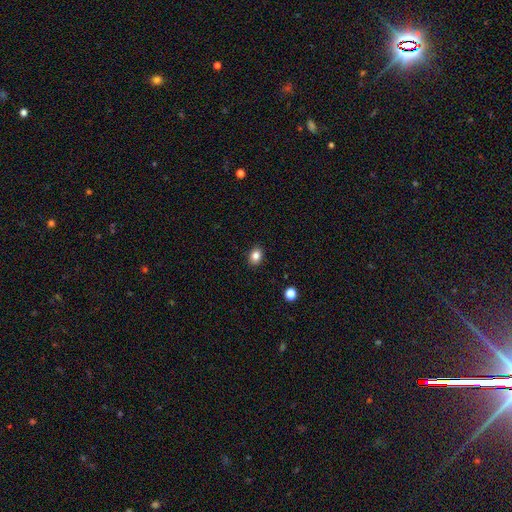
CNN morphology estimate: smooth-or-featured: smooth: 84% | star or artifact: 10% | featured or disk: 6%
  how-rounded: in between: 63% | round: 36% | cigar-shaped: 1%
  merging: none: 90% | minor disturbance: 7% | major disturbance: 2% | merger: 1%